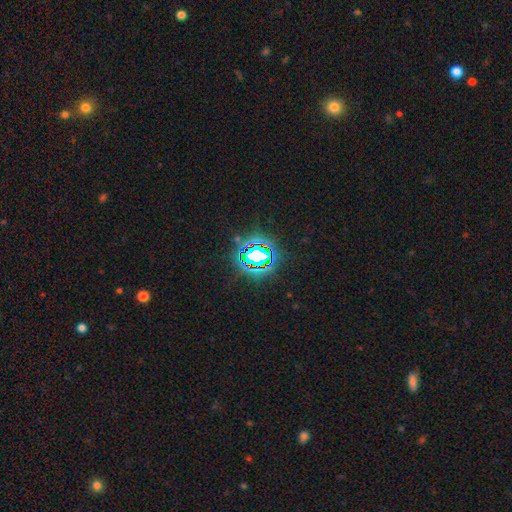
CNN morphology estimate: The model was most divided on "smooth or featured": star or artifact: 75%, smooth: 14%, featured or disk: 11%.